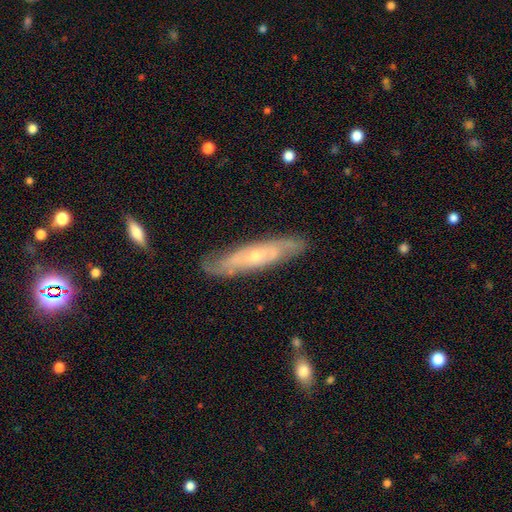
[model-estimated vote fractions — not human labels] Smooth or featured? Predicted: featured or disk (p=0.73). Edge-on disk? Predicted: no (p=0.64). Merging? Predicted: none (p=0.78).